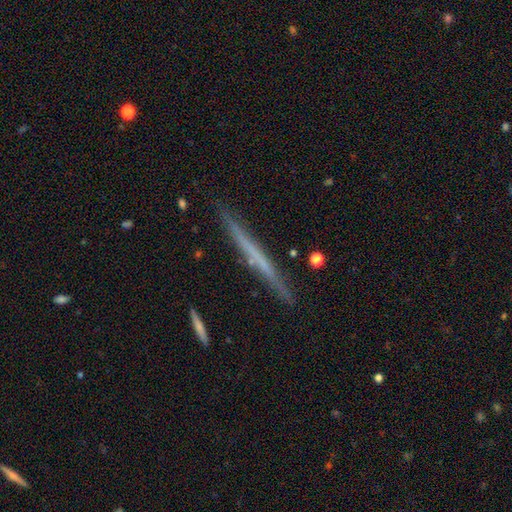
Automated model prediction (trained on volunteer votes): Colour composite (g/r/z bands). It shows a featured or disk galaxy (54%) viewed edge-on (97%) with no central bulge (89%). Merging: none (88%).